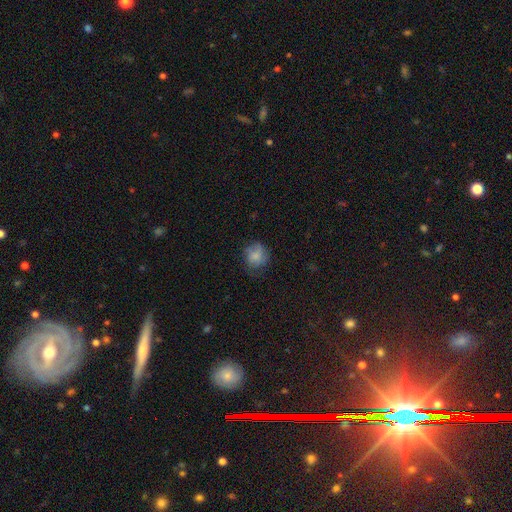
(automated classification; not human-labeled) The model was most divided on "merging": none: 64%, minor disturbance: 25%, major disturbance: 10%, merger: 1%. More confident: how rounded — round (81%); smooth or featured — smooth (78%).